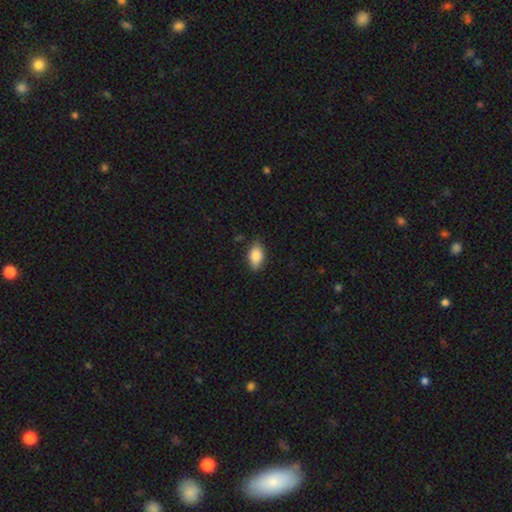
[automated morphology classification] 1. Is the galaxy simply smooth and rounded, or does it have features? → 84% smooth, 9% featured or disk, 7% star or artifact.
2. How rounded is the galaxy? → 90% in between, 7% round, 4% cigar-shaped.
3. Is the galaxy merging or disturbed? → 78% none, 18% minor disturbance, 3% major disturbance, 1% merger.